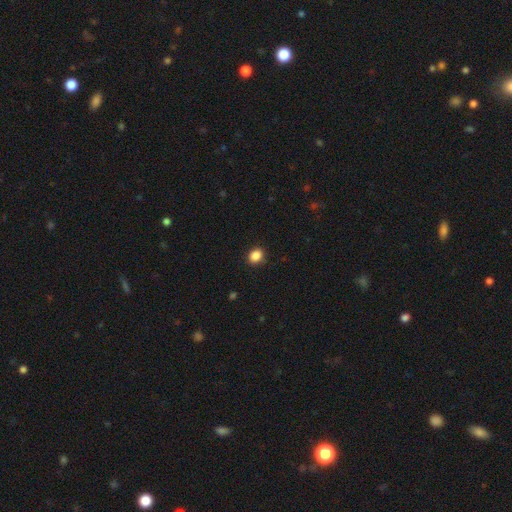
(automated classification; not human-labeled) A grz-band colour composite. It shows a smooth galaxy with no disk features (87%) that is round (57%). Merging: none (89%).